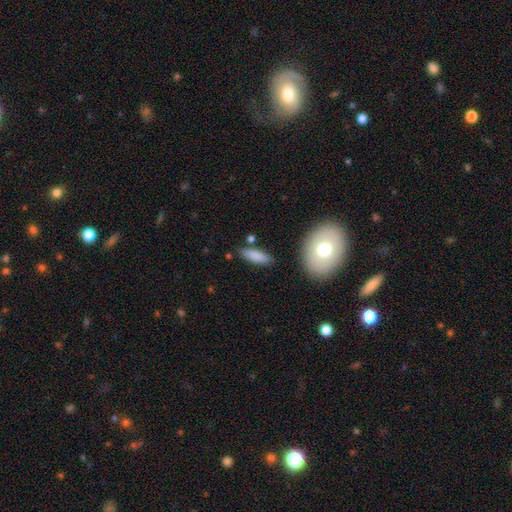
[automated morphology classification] smooth 83%, featured or disk 11%, star or artifact 7%. Down the decision tree: how rounded — in between (51%); merging — none (80%).